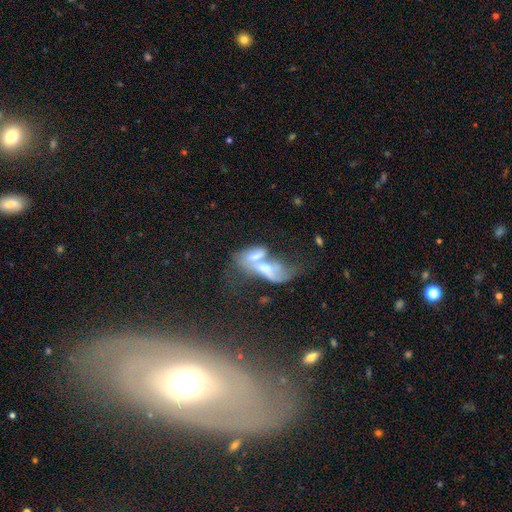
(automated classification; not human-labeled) smooth_or_featured: smooth (p=0.48) [alt: featured or disk p=0.42]
merging: merger (p=0.73) [alt: major disturbance p=0.13]